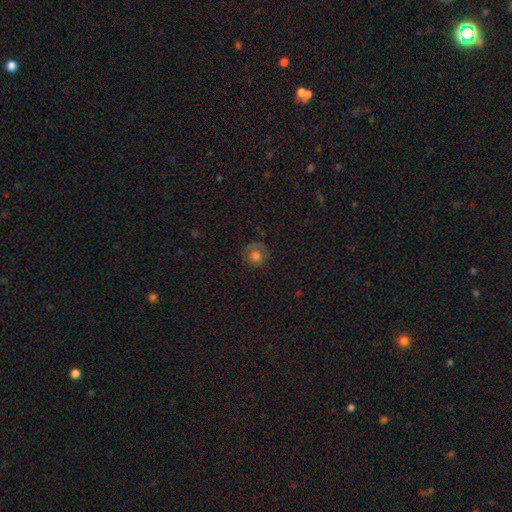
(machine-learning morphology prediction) smooth 72%, featured or disk 16%, star or artifact 12%. Down the decision tree: how rounded — round (90%); merging — none (75%).